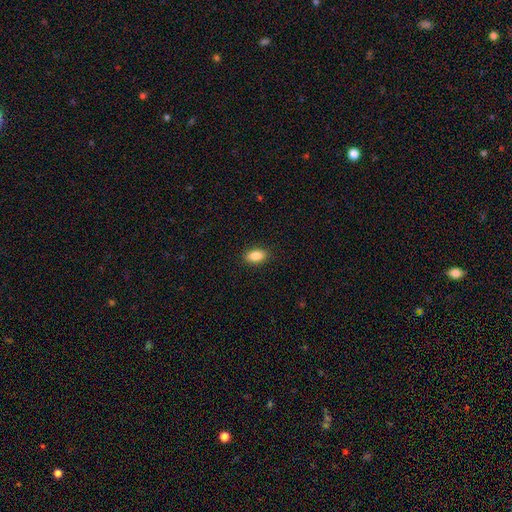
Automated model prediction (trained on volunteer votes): Smooth or featured? smooth (86%)
How rounded? in between (89%)
Merging? none (89%)